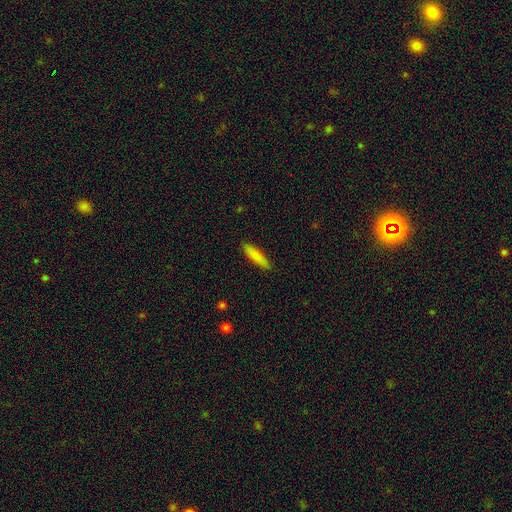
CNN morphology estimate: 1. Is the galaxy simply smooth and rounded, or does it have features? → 84% smooth, 10% featured or disk, 6% star or artifact.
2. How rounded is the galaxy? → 77% cigar-shaped, 22% in between, 1% round.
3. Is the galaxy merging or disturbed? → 89% none, 8% minor disturbance, 2% major disturbance, 1% merger.